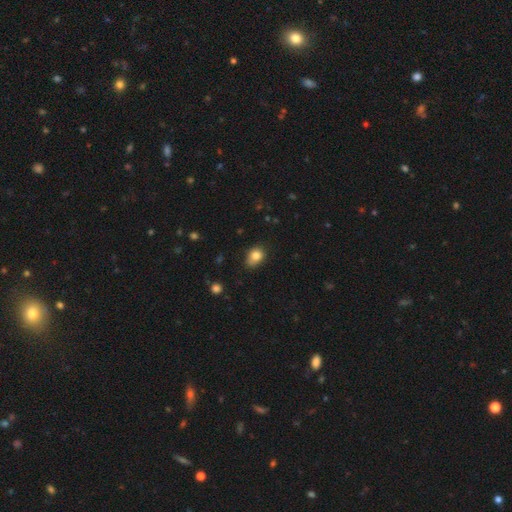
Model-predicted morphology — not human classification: This is clearly a smooth galaxy (81%). How rounded: possibly in between (60%). Merging: likely none (61%).